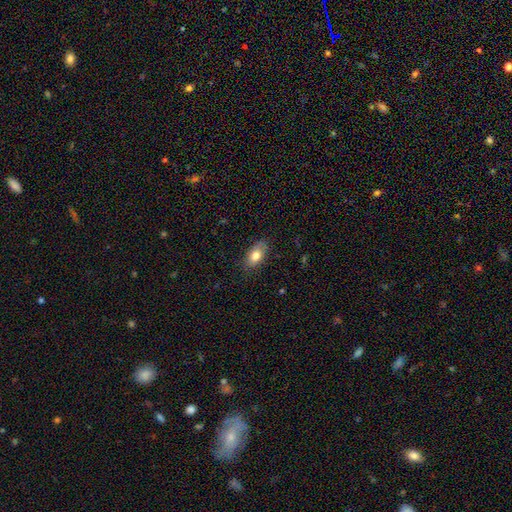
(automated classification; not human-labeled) smooth 78%, featured or disk 15%, star or artifact 7%. Down the decision tree: how rounded — in between (89%); merging — none (79%).